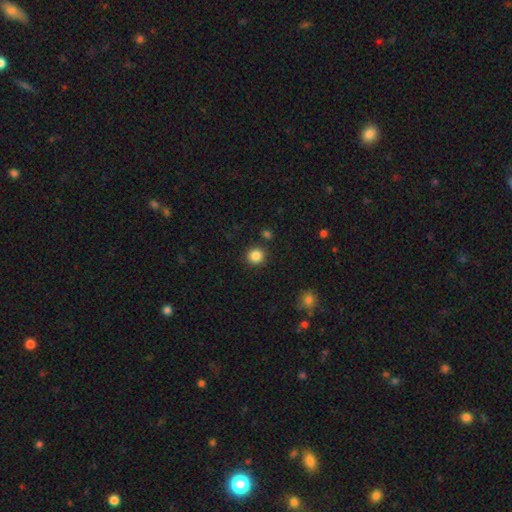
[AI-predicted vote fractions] smooth_or_featured: smooth (p=0.85) [alt: star or artifact p=0.11]
how_rounded: round (p=0.92) [alt: in between p=0.07]
merging: none (p=0.89) [alt: minor disturbance p=0.06]